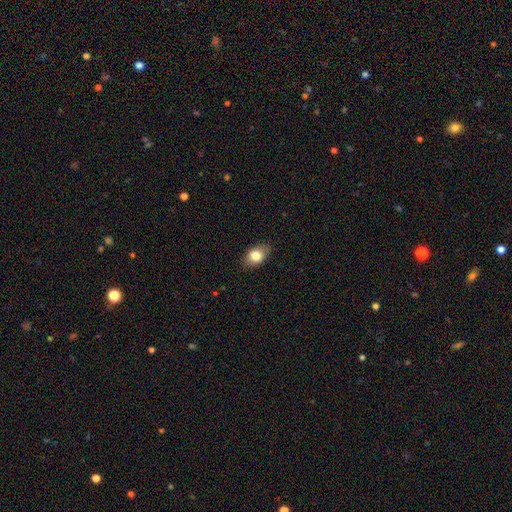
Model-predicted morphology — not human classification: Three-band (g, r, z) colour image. It shows a smooth galaxy with no disk features (79%) that is in between round and cigar-shaped (81%). Merging: none (84%).